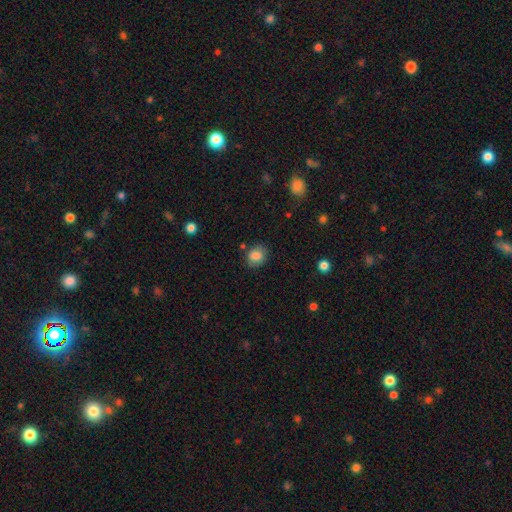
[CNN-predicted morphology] smooth-or-featured: smooth: 85% | star or artifact: 9% | featured or disk: 6%
  how-rounded: round: 61% | in between: 38% | cigar-shaped: 1%
  merging: none: 81% | minor disturbance: 13% | merger: 3% | major disturbance: 3%